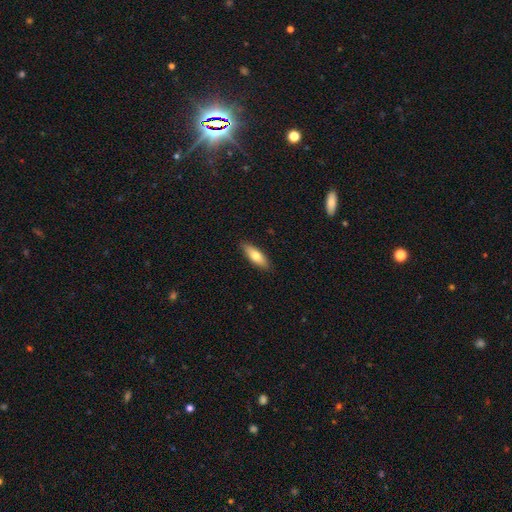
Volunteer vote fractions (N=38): Volunteers were most divided on "how rounded": cigar-shaped: 52%, in between: 48%, round: 0%. More confident: merging — none (86%); smooth or featured — smooth (76%).